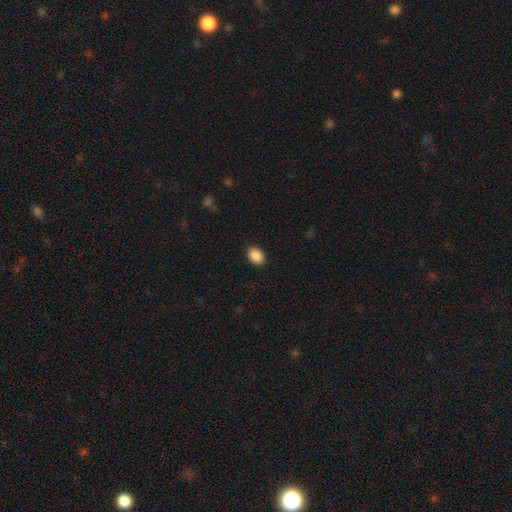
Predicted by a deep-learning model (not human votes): smooth-or-featured: smooth: 90% | star or artifact: 8% | featured or disk: 3%
  how-rounded: in between: 75% | round: 24% | cigar-shaped: 1%
  merging: none: 91% | minor disturbance: 7% | major disturbance: 2% | merger: 1%